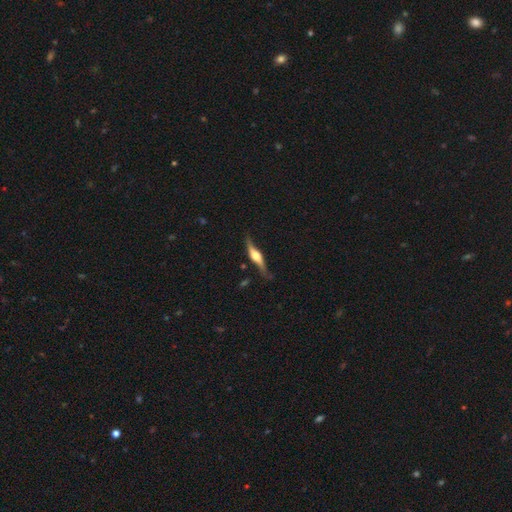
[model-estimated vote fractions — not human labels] Smooth or featured?
  - featured or disk: 72% *
  - smooth: 23%
  - star or artifact: 5%
Edge-on disk?
  - yes: 92% *
  - no: 8%
Edge-on bulge?
  - rounded: 91% *
  - boxy: 7%
  - none: 3%
Merging?
  - none: 73% *
  - minor disturbance: 19%
  - major disturbance: 5%
  - merger: 3%